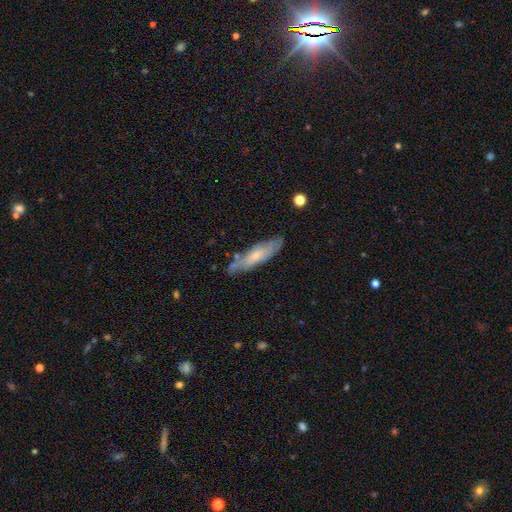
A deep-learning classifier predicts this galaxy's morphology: Overall: featured or disk (48%; smooth 46%). Merging: none (70%).